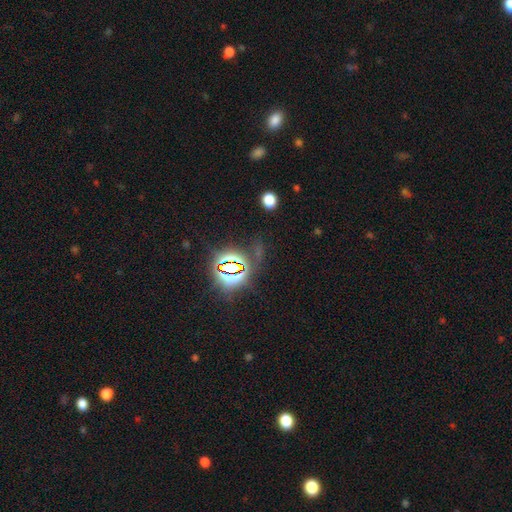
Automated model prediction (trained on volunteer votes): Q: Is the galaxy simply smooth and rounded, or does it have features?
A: star or artifact — 80%.